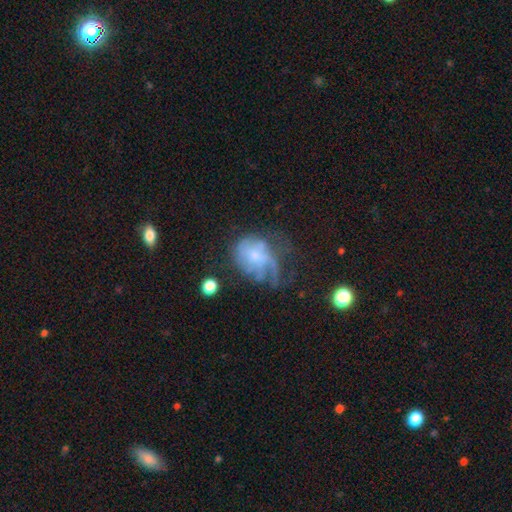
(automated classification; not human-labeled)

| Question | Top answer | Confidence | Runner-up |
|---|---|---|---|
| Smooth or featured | featured or disk | 55% | smooth (34%) |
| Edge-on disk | no | 97% | yes (3%) |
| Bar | no | 79% | weak (19%) |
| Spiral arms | yes | 54% | no (46%) |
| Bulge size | small | 49% | moderate (33%) |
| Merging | major disturbance | 42% | none (28%) |